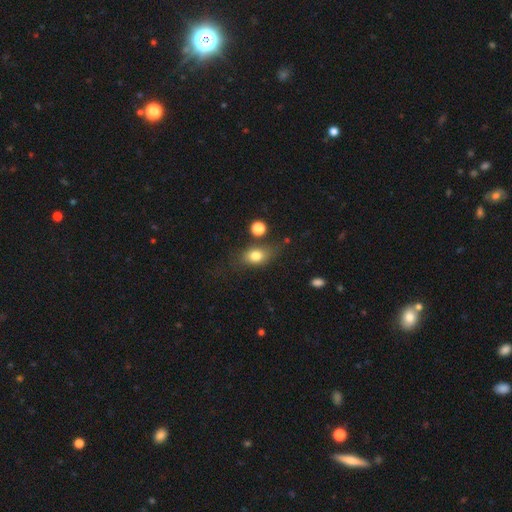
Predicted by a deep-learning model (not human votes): A smooth galaxy with no disk features (77%) that is in between round and cigar-shaped (71%).

Vote fractions:
- Smooth or featured? smooth: 77% / featured or disk: 13% / star or artifact: 10%
- How rounded? in between: 71% / round: 25% / cigar-shaped: 4%
- Merging? none: 63% / minor disturbance: 20% / major disturbance: 9% / merger: 7%